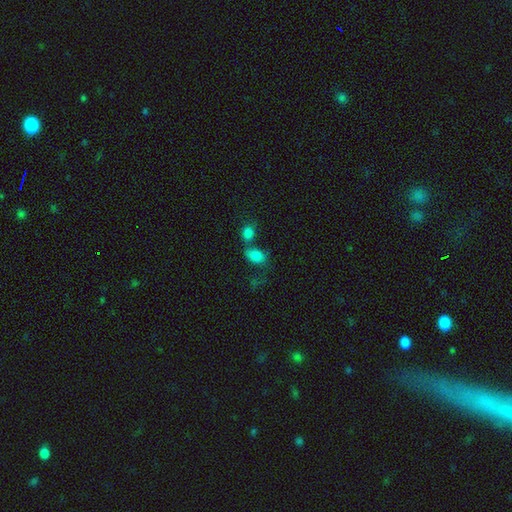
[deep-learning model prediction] This is clearly a smooth galaxy (81%). How rounded: clearly in between (80%). Merging: marginally merger (43%).